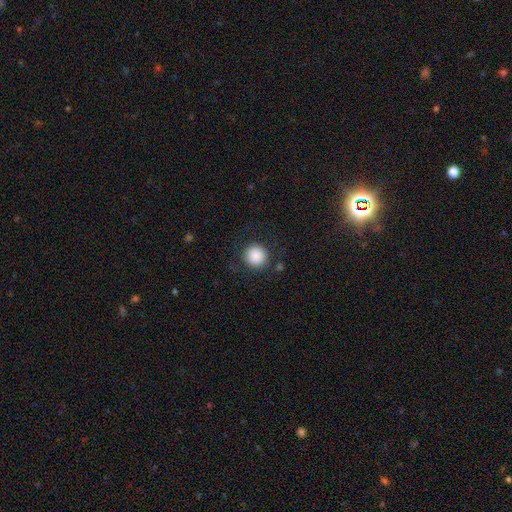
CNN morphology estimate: Overall: smooth (88%). How rounded: round (95%). Merging: none (86%).